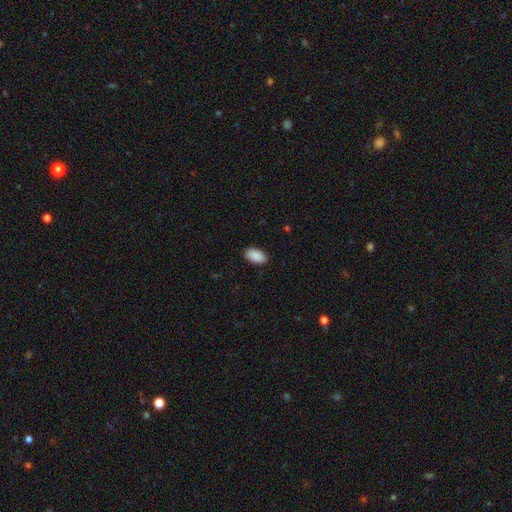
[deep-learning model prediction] Smooth or featured: smooth — 91% (star or artifact — 6%)
How rounded: in between — 95% (round — 3%)
Merging: none — 88% (minor disturbance — 9%)